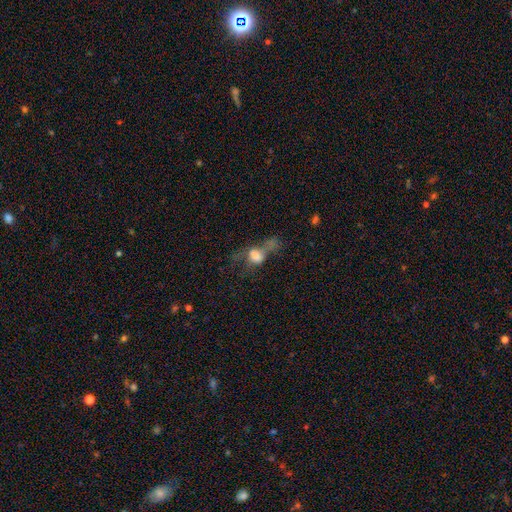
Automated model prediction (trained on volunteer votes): A smooth galaxy with no disk features (54%) that is in between round and cigar-shaped (69%). Merging: major disturbance (39%).